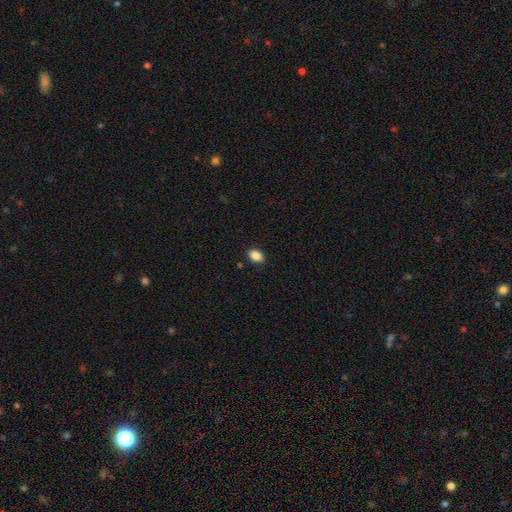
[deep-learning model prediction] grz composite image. It shows a smooth galaxy with no disk features (88%) that is in between round and cigar-shaped (77%). Merging: none (89%).